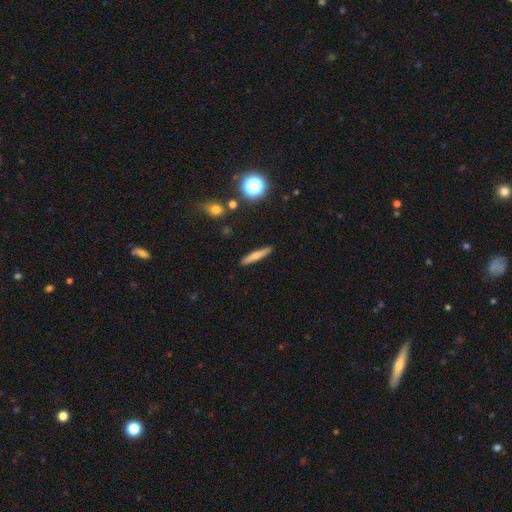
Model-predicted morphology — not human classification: A smooth galaxy with no disk features (61%) that is cigar-shaped (90%). Merging: none (90%).